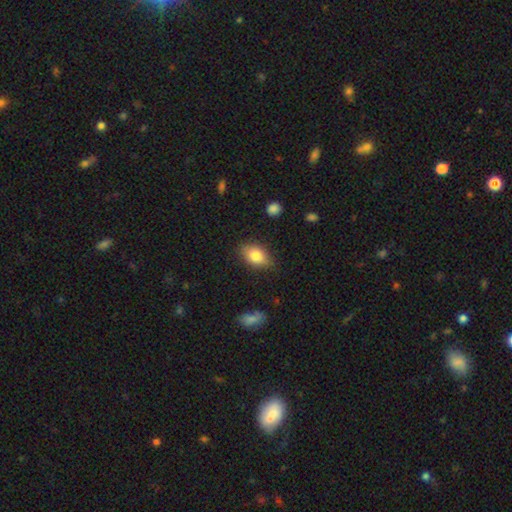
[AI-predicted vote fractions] Smooth or featured?
  - smooth: 81% *
  - featured or disk: 12%
  - star or artifact: 8%
How rounded?
  - in between: 85% *
  - round: 13%
  - cigar-shaped: 2%
Merging?
  - none: 79% *
  - minor disturbance: 16%
  - major disturbance: 3%
  - merger: 2%